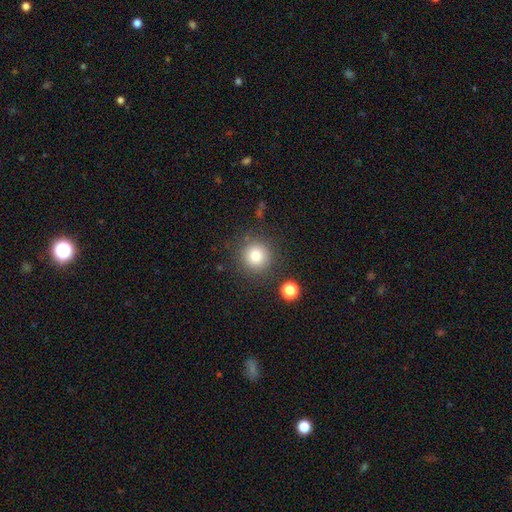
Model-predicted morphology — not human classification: Smooth or featured: smooth — 81% (star or artifact — 12%)
How rounded: round — 94% (in between — 5%)
Merging: none — 84% (minor disturbance — 8%)